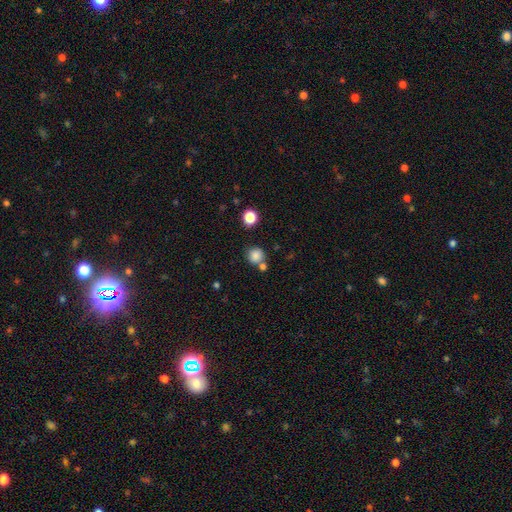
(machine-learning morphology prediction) Smooth or featured? smooth (84%)
How rounded? round (90%)
Merging? none (68%)